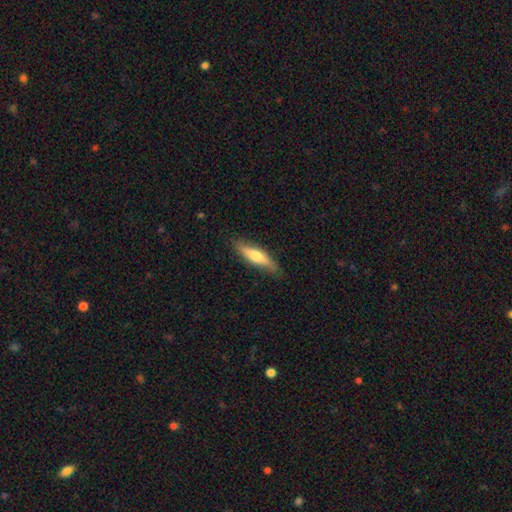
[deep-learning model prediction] Overall: smooth (58%; featured or disk 36%). How rounded: cigar-shaped (74%). Merging: none (84%).